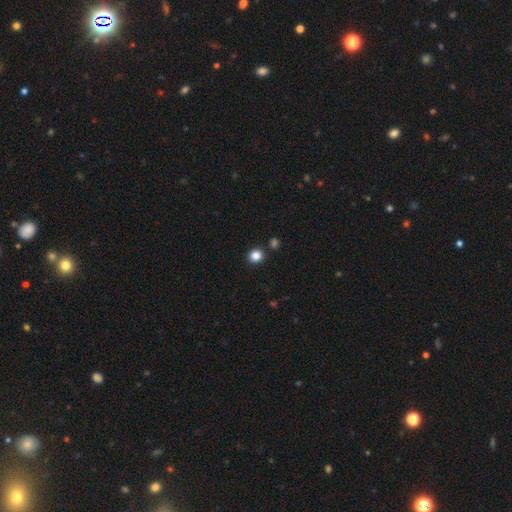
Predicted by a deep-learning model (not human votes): Smooth or featured?
  - smooth: 85% *
  - star or artifact: 12%
  - featured or disk: 4%
How rounded?
  - round: 78% *
  - in between: 21%
  - cigar-shaped: 1%
Merging?
  - none: 86% *
  - minor disturbance: 7%
  - merger: 5%
  - major disturbance: 2%